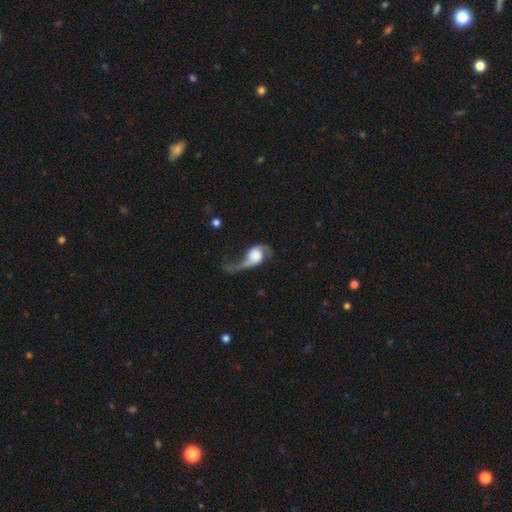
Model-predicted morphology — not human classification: featured or disk 66%, smooth 27%, star or artifact 7%. Down the decision tree: edge-on disk — no (94%); bar — no (75%); spiral arms — yes (87%); spiral arm count — 2 (55%); spiral winding — loose (84%); bulge size — large (38%); merging — major disturbance (53%).